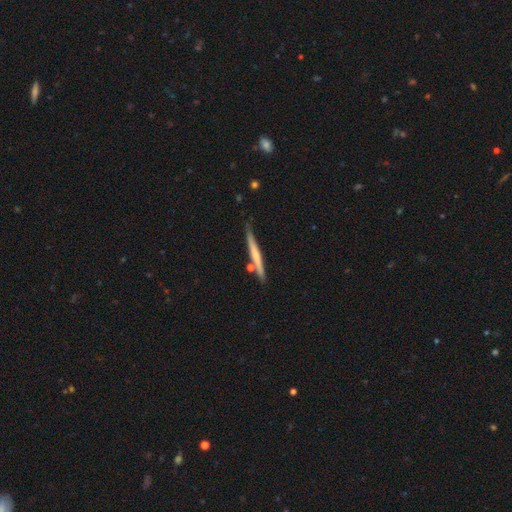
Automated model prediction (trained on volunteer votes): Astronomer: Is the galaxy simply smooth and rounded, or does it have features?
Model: featured or disk — 49% (runner-up: smooth, 45%).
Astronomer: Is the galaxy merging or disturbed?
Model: none — 74%.